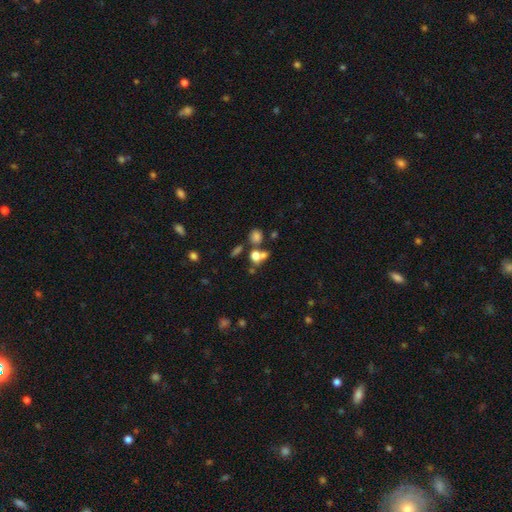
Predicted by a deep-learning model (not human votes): This appears to be a smooth galaxy with no disk features (68%) that is round (62%). Merging: none (46%).